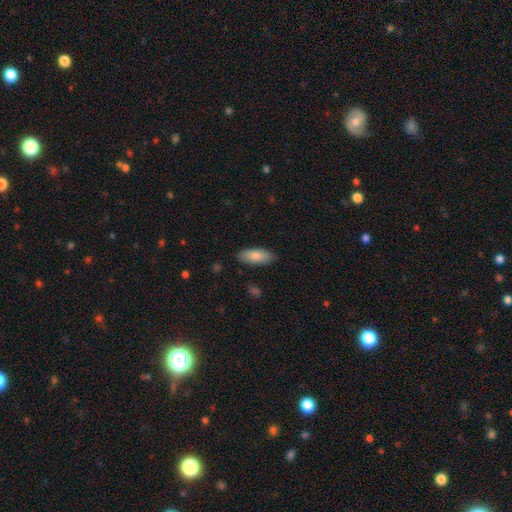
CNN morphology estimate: type=smooth (82%); roundness=in between (83%); merging=none (85%).